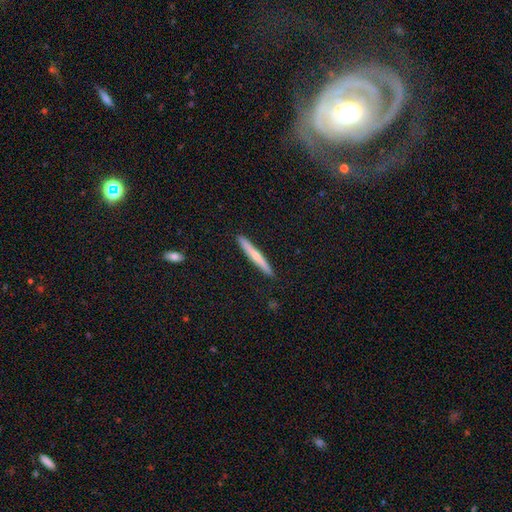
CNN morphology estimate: smooth-or-featured: smooth: 51% | featured or disk: 43% | star or artifact: 6%
  how-rounded: cigar-shaped: 95% | in between: 3% | round: 1%
  merging: none: 91% | minor disturbance: 6% | major disturbance: 1% | merger: 1%